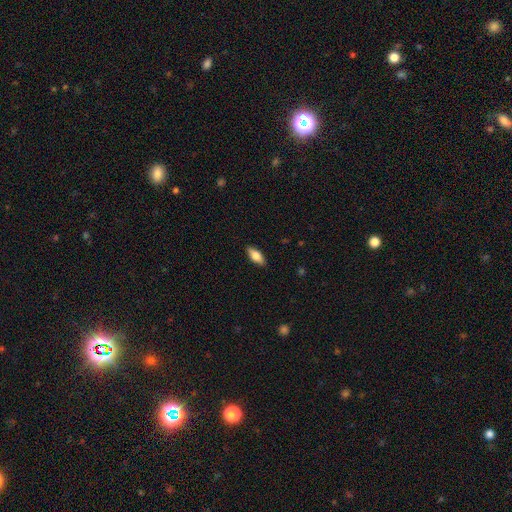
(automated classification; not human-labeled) Smooth or featured: smooth — 74% (featured or disk — 20%)
How rounded: in between — 81% (cigar-shaped — 17%)
Merging: none — 89% (minor disturbance — 9%)